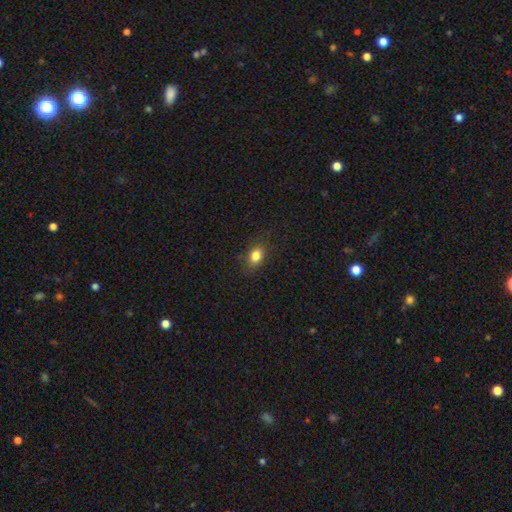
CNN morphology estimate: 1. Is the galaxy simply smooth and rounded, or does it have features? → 82% smooth, 11% star or artifact, 7% featured or disk.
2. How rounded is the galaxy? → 64% in between, 34% round, 2% cigar-shaped.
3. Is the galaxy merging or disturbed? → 82% none, 13% minor disturbance, 4% major disturbance, 1% merger.